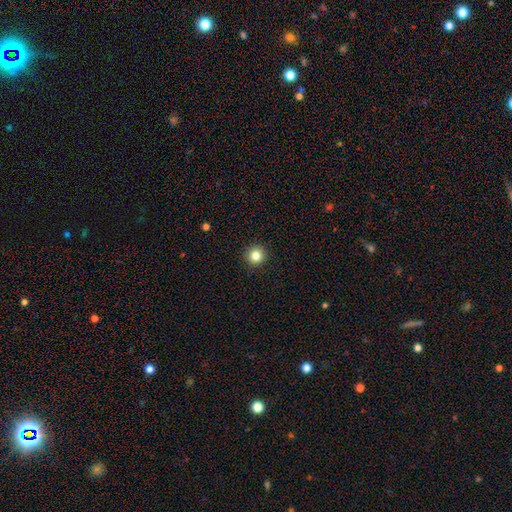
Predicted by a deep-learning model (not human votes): Q: Smooth or featured?
A: smooth (83%); runner-up: star or artifact (11%)
Q: How rounded?
A: round (95%); runner-up: in between (4%)
Q: Merging?
A: none (93%); runner-up: minor disturbance (4%)